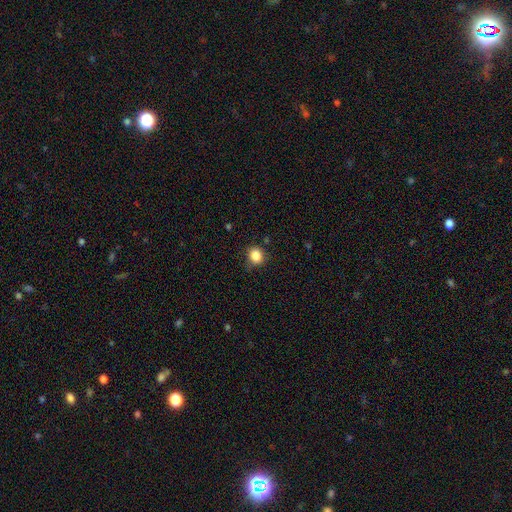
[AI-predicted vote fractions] Smooth or featured: smooth — 85% (star or artifact — 11%)
How rounded: round — 81% (in between — 18%)
Merging: none — 80% (minor disturbance — 15%)